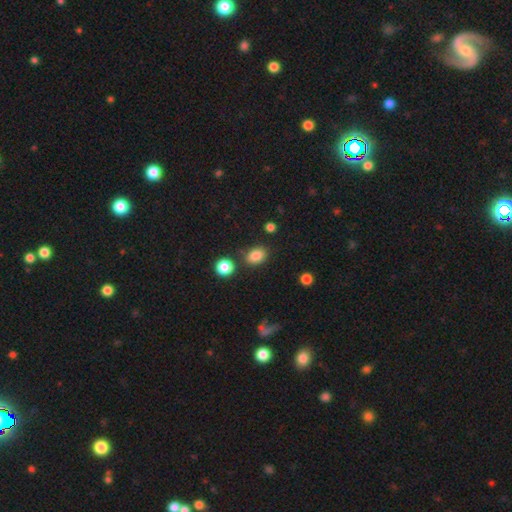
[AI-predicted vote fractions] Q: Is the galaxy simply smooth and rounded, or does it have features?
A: smooth — 84%.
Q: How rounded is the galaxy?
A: in between — 68%.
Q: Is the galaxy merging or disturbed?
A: none — 79%.